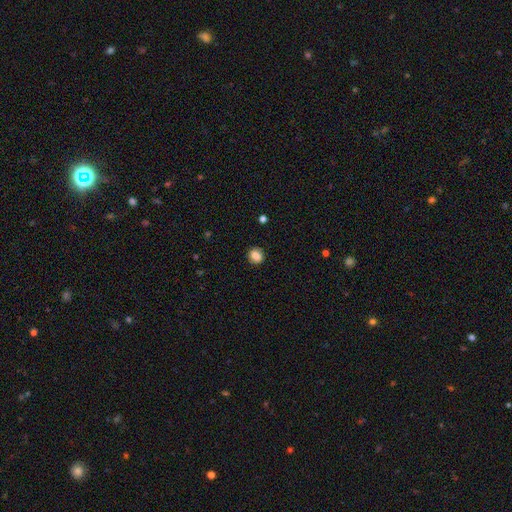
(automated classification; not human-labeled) Q: Smooth or featured?
A: smooth (81%); runner-up: star or artifact (10%)
Q: How rounded?
A: round (66%); runner-up: in between (32%)
Q: Merging?
A: none (86%); runner-up: minor disturbance (10%)